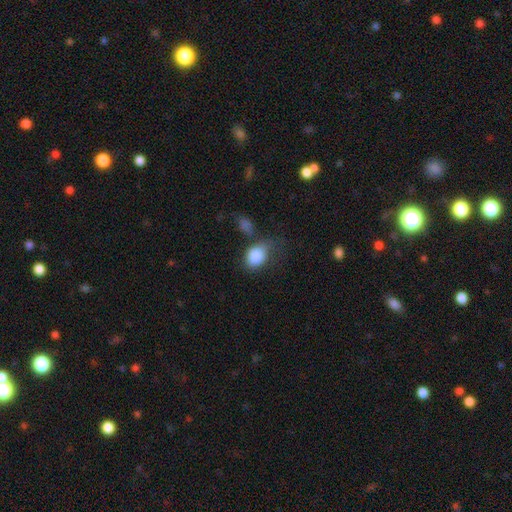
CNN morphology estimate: type=smooth (84%); roundness=in between (63%); merging=none (34%).